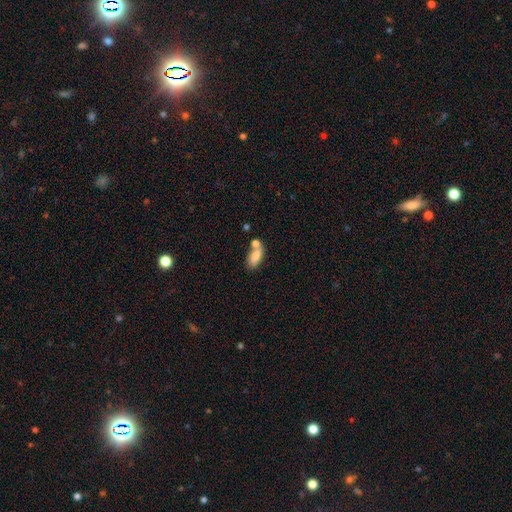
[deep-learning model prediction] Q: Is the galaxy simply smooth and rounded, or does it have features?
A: smooth — 78%.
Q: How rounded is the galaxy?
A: in between — 84%.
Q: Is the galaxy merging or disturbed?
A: none — 46%.